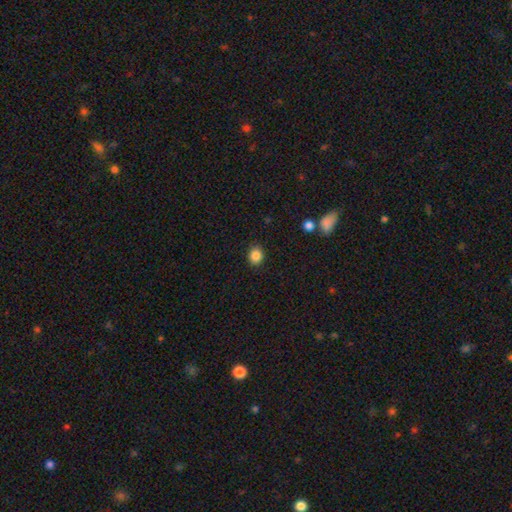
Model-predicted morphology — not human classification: Smooth or featured? smooth (85%)
How rounded? round (68%)
Merging? none (88%)